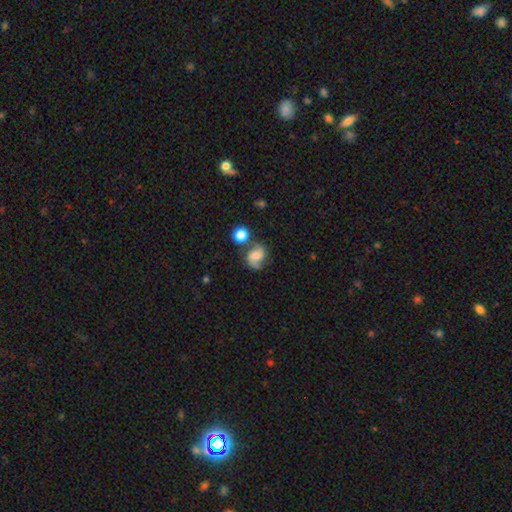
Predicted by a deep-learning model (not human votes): The model was most divided on "bulge size": moderate: 44%, small: 33%, none: 11%, large: 10%, dominant: 2%. Remaining: edge-on disk — no (98%); spiral arms — yes (93%); spiral arm count — 2 (88%); smooth or featured — featured or disk (62%); merging — none (61%); bar — no (52%); spiral winding — medium (48%).